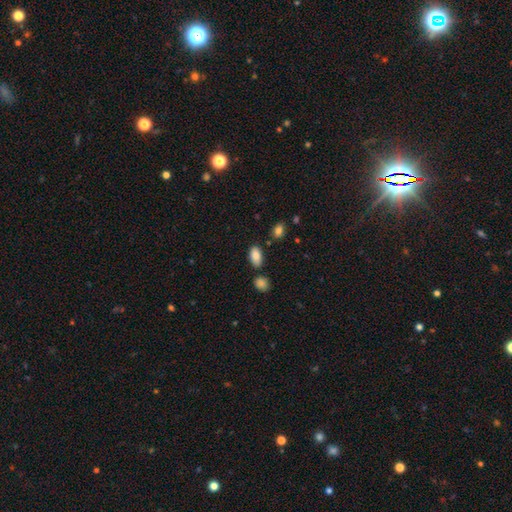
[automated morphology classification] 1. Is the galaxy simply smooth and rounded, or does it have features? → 87% smooth, 8% star or artifact, 6% featured or disk.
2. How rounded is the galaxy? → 92% in between, 4% round, 3% cigar-shaped.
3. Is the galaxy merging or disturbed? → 80% none, 12% minor disturbance, 6% merger, 3% major disturbance.